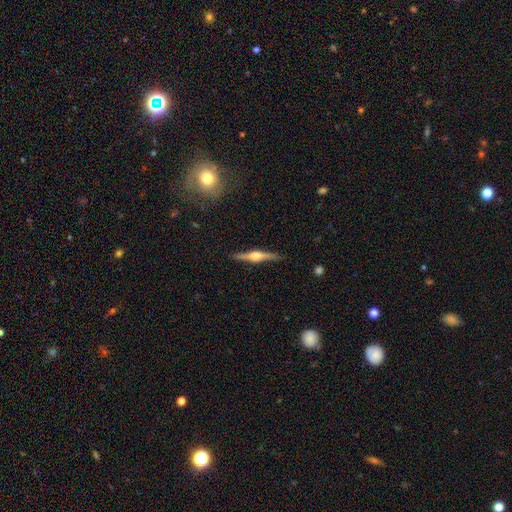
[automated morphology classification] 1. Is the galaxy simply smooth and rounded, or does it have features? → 80% featured or disk, 15% smooth, 5% star or artifact.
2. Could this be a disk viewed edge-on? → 98% yes, 2% no.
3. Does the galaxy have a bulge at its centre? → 90% rounded, 7% boxy, 2% none.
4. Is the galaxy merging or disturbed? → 89% none, 8% minor disturbance, 2% major disturbance, 1% merger.